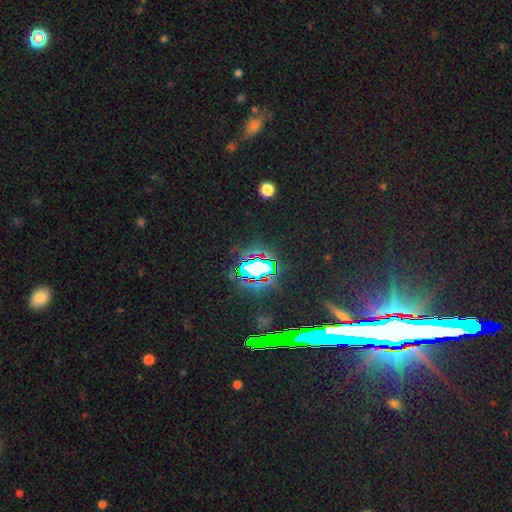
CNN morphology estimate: A star or artifact, not a galaxy (81%).